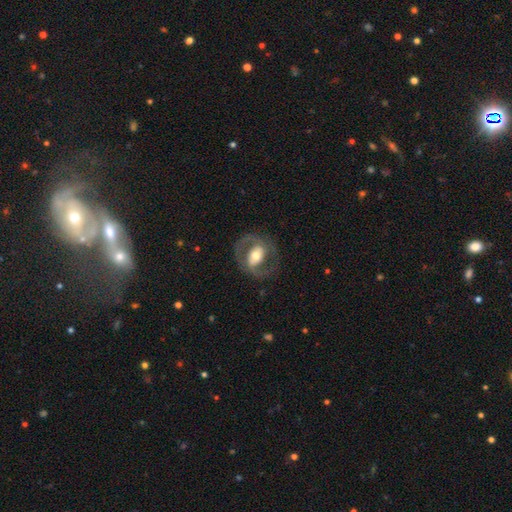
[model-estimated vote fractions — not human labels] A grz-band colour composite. It shows a featured or disk galaxy (70%) with no bar (38%), spiral arms (63%) and a moderate central bulge (63%). Merging: none (73%).